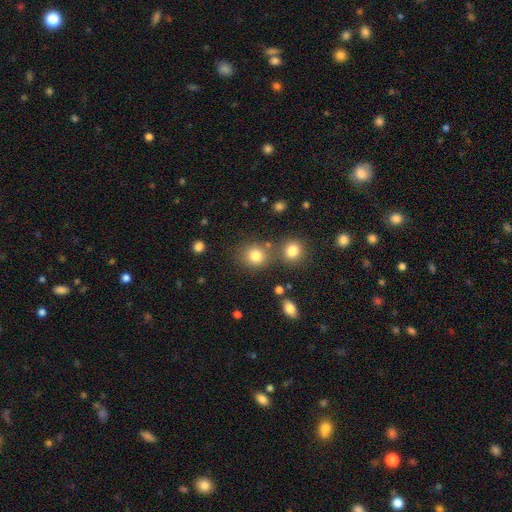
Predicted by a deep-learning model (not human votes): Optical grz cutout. It shows a smooth galaxy with no disk features (81%) that is round (84%). Merging: none (71%).